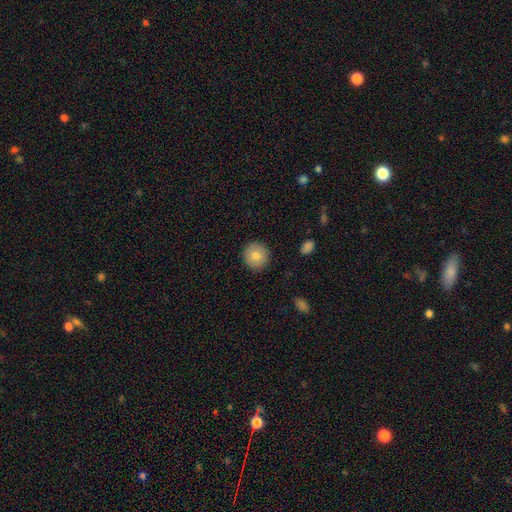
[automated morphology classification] smooth-or-featured: smooth: 80% | featured or disk: 12% | star or artifact: 8%
  how-rounded: round: 94% | in between: 5% | cigar-shaped: 1%
  merging: none: 91% | minor disturbance: 6% | major disturbance: 2% | merger: 1%